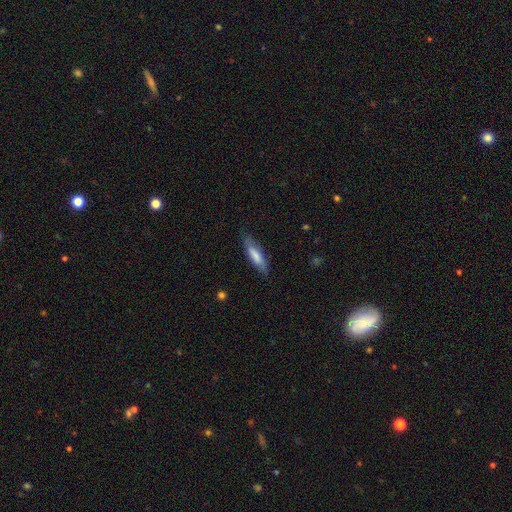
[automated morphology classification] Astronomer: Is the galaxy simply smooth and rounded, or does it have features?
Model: smooth — 72%.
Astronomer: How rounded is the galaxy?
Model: cigar-shaped — 67%.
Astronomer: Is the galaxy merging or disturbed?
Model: none — 79%.